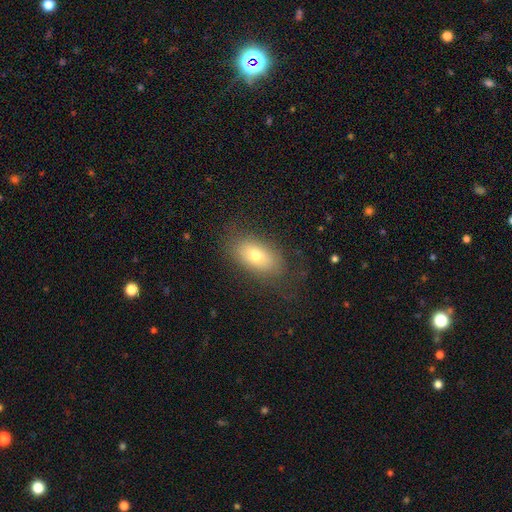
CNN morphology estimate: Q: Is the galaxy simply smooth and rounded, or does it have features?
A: smooth — 72%.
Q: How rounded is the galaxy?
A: in between — 89%.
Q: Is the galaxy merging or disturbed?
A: none — 75%.